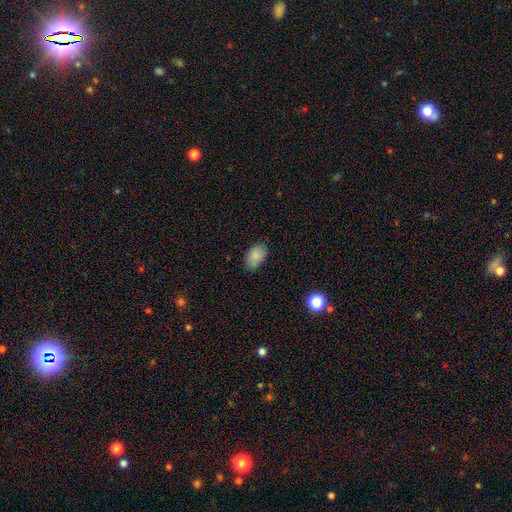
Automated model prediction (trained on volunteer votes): Smooth or featured? smooth (87%)
How rounded? in between (89%)
Merging? none (82%)